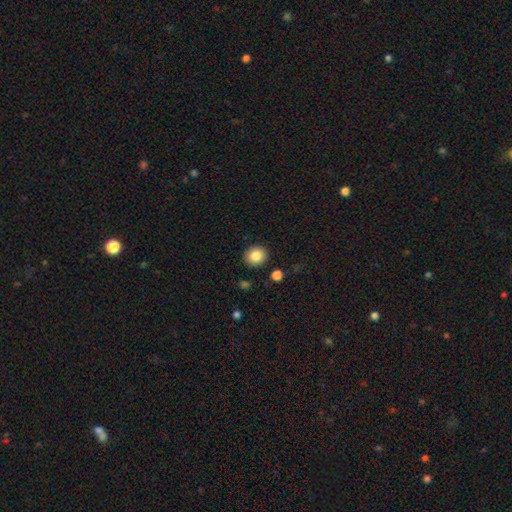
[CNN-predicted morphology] Smooth or featured?
  - smooth: 85% *
  - star or artifact: 9%
  - featured or disk: 6%
How rounded?
  - round: 82% *
  - in between: 17%
  - cigar-shaped: 1%
Merging?
  - none: 90% *
  - minor disturbance: 6%
  - major disturbance: 2%
  - merger: 2%